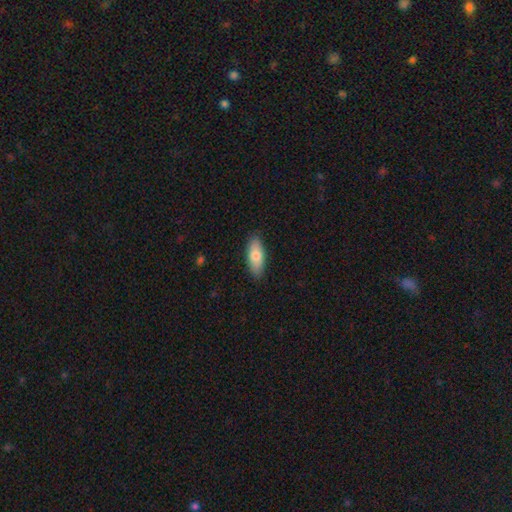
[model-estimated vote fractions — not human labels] smooth_or_featured: smooth (p=0.77) [alt: featured or disk p=0.18]
how_rounded: in between (p=0.76) [alt: cigar-shaped p=0.22]
merging: none (p=0.88) [alt: minor disturbance p=0.09]